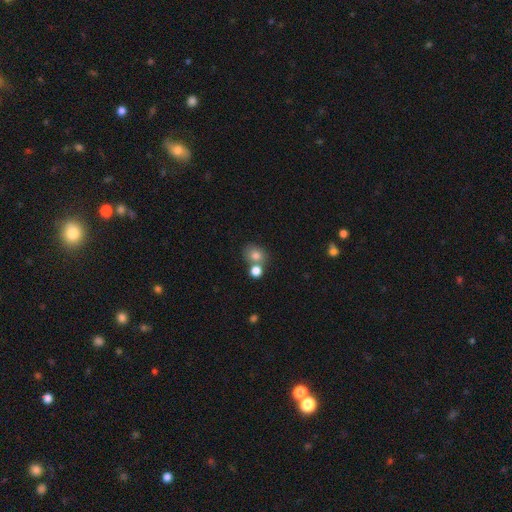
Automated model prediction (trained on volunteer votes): Q: Smooth or featured?
A: smooth (78%); runner-up: star or artifact (12%)
Q: How rounded?
A: round (67%); runner-up: in between (32%)
Q: Merging?
A: none (54%); runner-up: merger (32%)